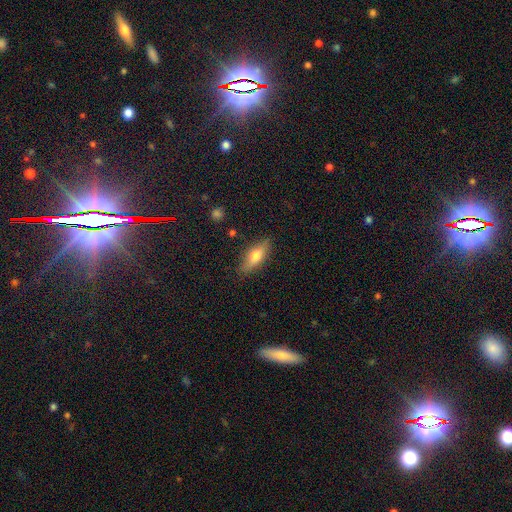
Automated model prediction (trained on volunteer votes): Smooth or featured?
  - smooth: 61% *
  - featured or disk: 32%
  - star or artifact: 7%
How rounded?
  - in between: 59% *
  - cigar-shaped: 38%
  - round: 3%
Merging?
  - none: 84% *
  - minor disturbance: 12%
  - major disturbance: 3%
  - merger: 1%